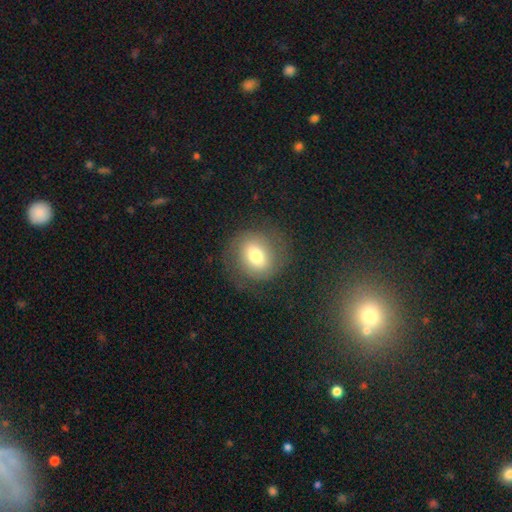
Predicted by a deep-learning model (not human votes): smooth_or_featured: smooth (p=0.59) [alt: featured or disk p=0.31]
how_rounded: round (p=0.79) [alt: in between p=0.20]
merging: none (p=0.74) [alt: minor disturbance p=0.14]